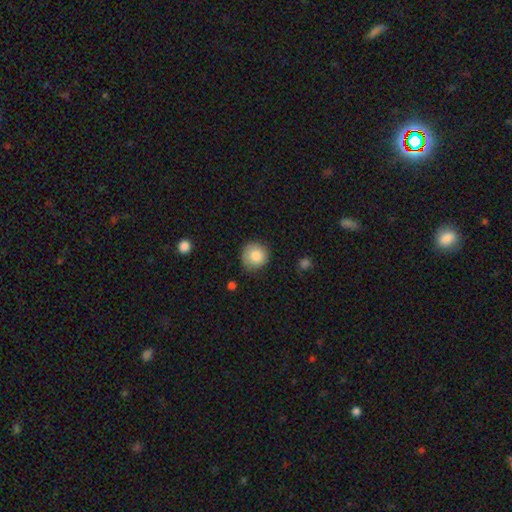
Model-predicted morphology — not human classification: type=smooth (84%); roundness=round (92%); merging=none (78%).